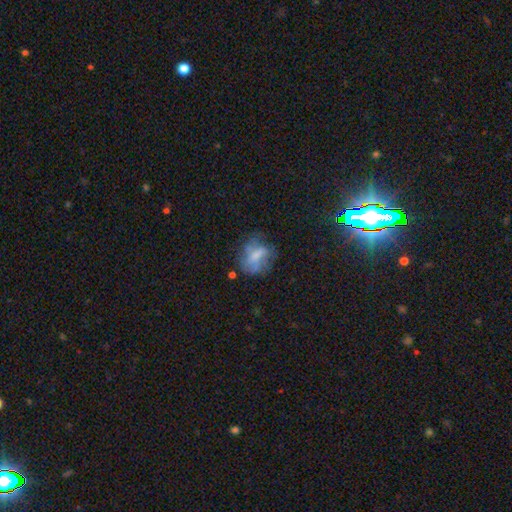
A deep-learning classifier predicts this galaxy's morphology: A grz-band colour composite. It shows a smooth galaxy with no disk features (45%). Merging: none (46%).